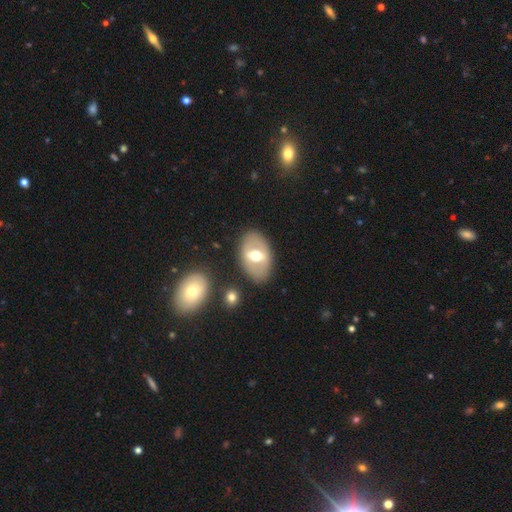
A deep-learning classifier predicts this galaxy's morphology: Smooth or featured?
  - featured or disk: 51% *
  - smooth: 42%
  - star or artifact: 6%
Edge-on disk?
  - no: 87% *
  - yes: 13%
Merging?
  - none: 81% *
  - minor disturbance: 11%
  - major disturbance: 4%
  - merger: 3%